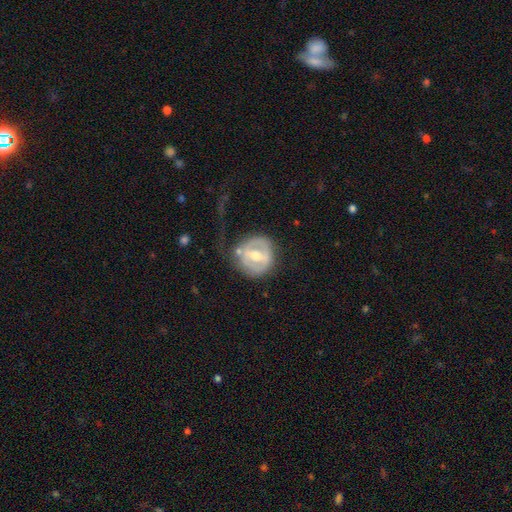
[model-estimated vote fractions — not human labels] Smooth or featured?
  - featured or disk: 67% *
  - smooth: 27%
  - star or artifact: 6%
Edge-on disk?
  - no: 95% *
  - yes: 5%
Bar?
  - weak: 41% *
  - strong: 40%
  - no: 19%
Spiral arms?
  - no: 57% *
  - yes: 43%
Bulge size?
  - moderate: 70% *
  - small: 17%
  - large: 10%
  - none: 2%
  - dominant: 1%
Merging?
  - none: 47% *
  - major disturbance: 26%
  - minor disturbance: 22%
  - merger: 5%